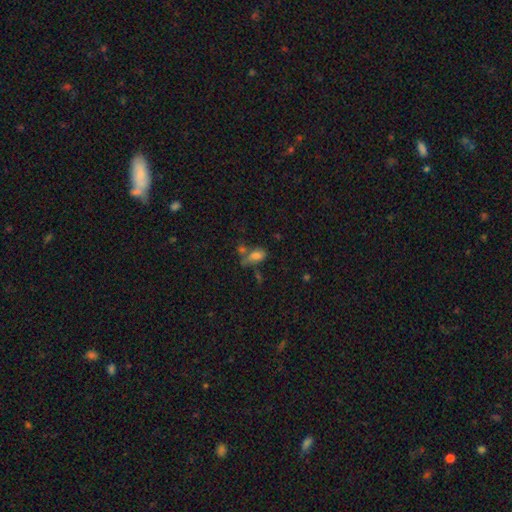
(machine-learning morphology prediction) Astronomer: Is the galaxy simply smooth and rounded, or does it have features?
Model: smooth — 72%.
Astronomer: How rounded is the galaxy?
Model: in between — 87%.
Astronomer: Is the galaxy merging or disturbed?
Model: none — 36% (runner-up: merger, 30%).